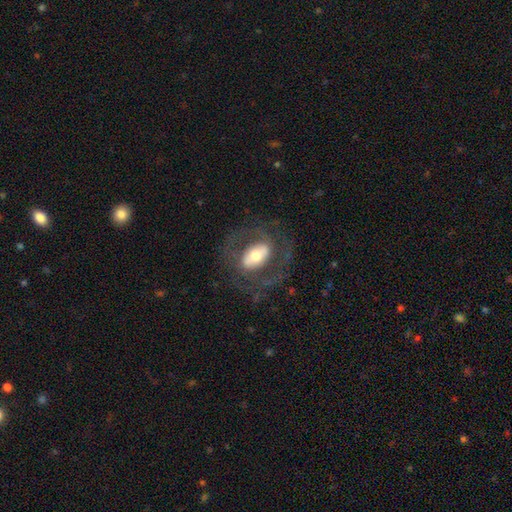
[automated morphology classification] Q: Smooth or featured?
A: featured or disk (68%); runner-up: smooth (26%)
Q: Edge-on disk?
A: no (93%); runner-up: yes (7%)
Q: Bar?
A: strong (39%); runner-up: no (31%)
Q: Spiral arms?
A: yes (66%); runner-up: no (34%)
Q: Bulge size?
A: moderate (58%); runner-up: large (20%)
Q: Merging?
A: none (67%); runner-up: major disturbance (17%)